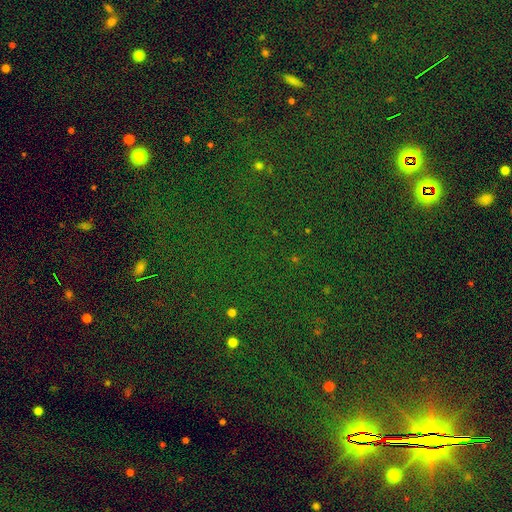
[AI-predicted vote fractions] Smooth or featured? star or artifact (77%)